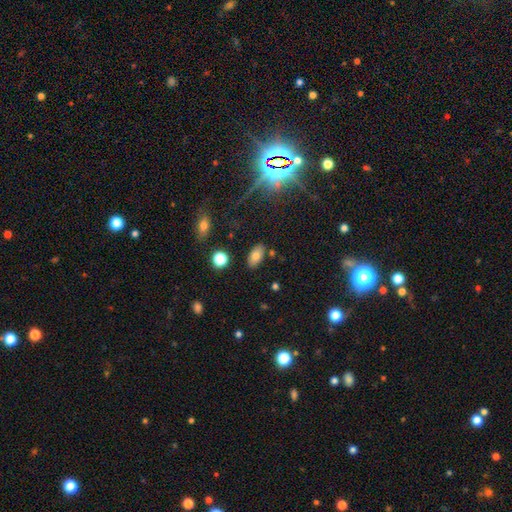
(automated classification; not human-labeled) This is likely a smooth galaxy (76%). How rounded: clearly in between (92%). Merging: clearly none (82%).